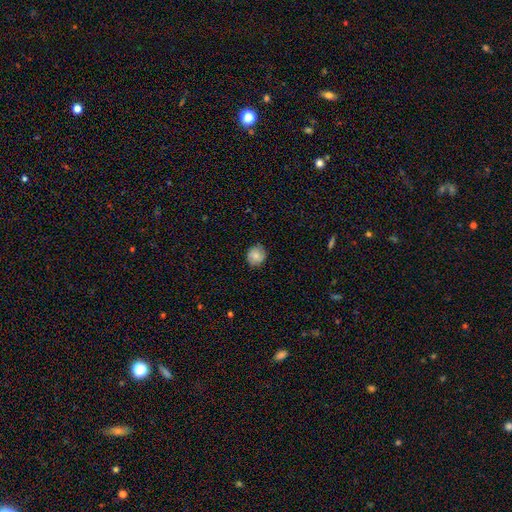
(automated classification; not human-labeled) Smooth or featured? smooth (74%)
How rounded? round (83%)
Merging? none (82%)